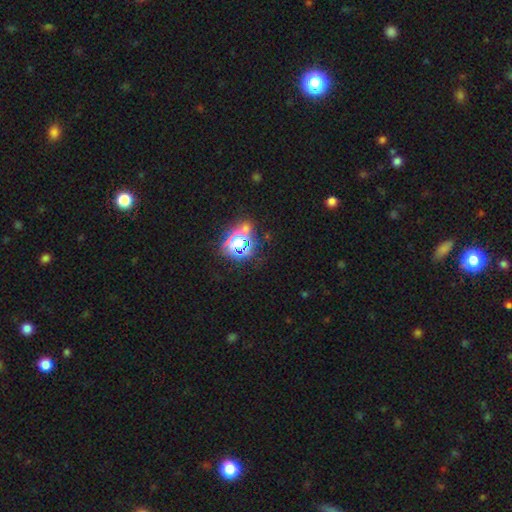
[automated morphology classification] smooth-or-featured: star or artifact: 72% | smooth: 21% | featured or disk: 7%